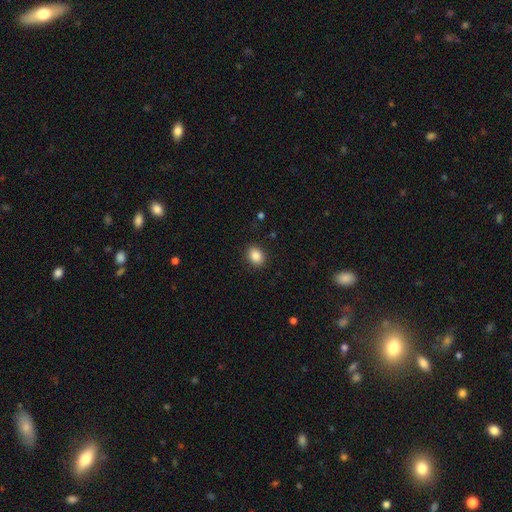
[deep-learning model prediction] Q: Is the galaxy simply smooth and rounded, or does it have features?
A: smooth — 87%.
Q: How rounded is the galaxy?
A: in between — 62%.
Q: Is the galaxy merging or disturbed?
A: none — 89%.